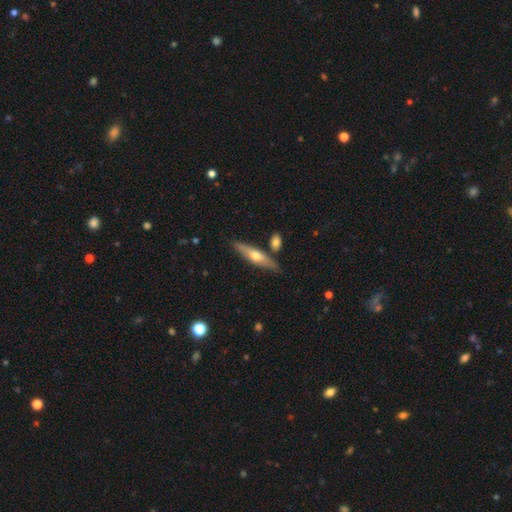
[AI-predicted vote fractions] This appears to be a featured or disk galaxy (55%) viewed edge-on (89%). Merging: none (78%).